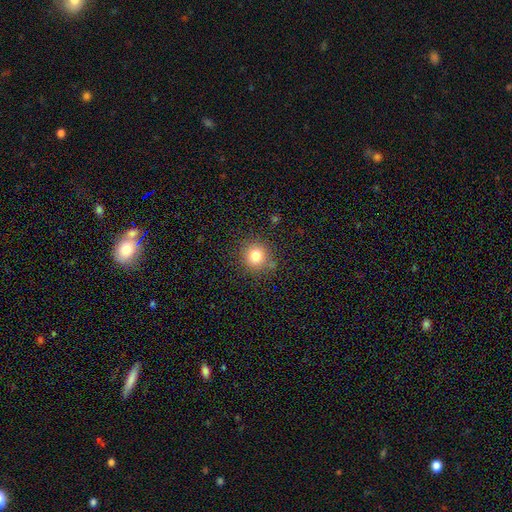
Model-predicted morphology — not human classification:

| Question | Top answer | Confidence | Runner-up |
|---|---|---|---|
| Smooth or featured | smooth | 80% | star or artifact (13%) |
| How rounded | round | 89% | in between (10%) |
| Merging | none | 86% | minor disturbance (9%) |